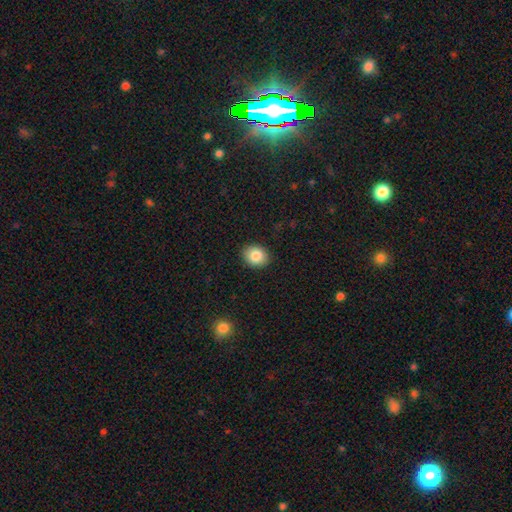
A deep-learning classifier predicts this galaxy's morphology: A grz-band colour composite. It shows a smooth galaxy with no disk features (85%) that is round (59%). Merging: none (90%).